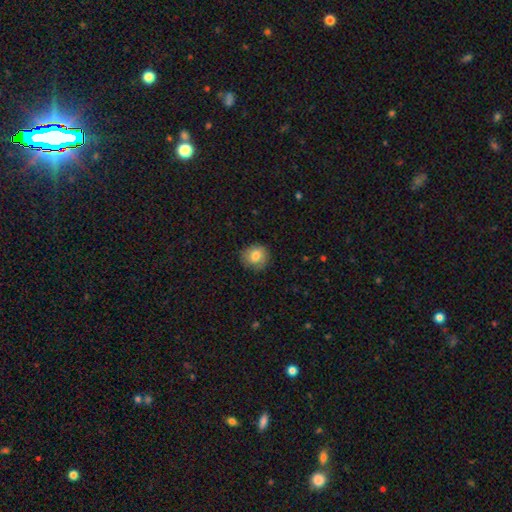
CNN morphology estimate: smooth_or_featured: smooth (p=0.80) [alt: featured or disk p=0.11]
how_rounded: round (p=0.83) [alt: in between p=0.16]
merging: none (p=0.81) [alt: minor disturbance p=0.15]